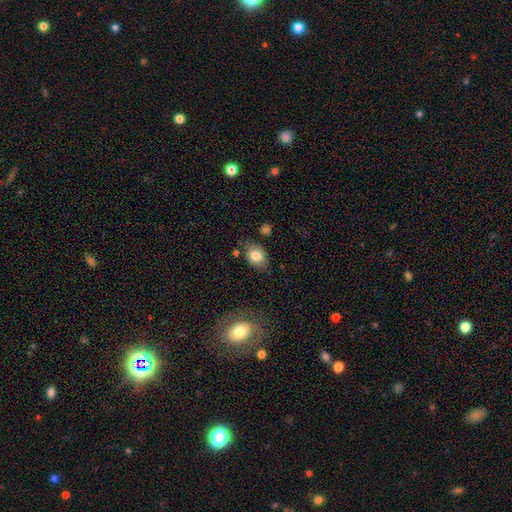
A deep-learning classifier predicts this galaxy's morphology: Q: Smooth or featured?
A: smooth (80%); runner-up: featured or disk (12%)
Q: How rounded?
A: in between (74%); runner-up: round (25%)
Q: Merging?
A: none (71%); runner-up: minor disturbance (19%)